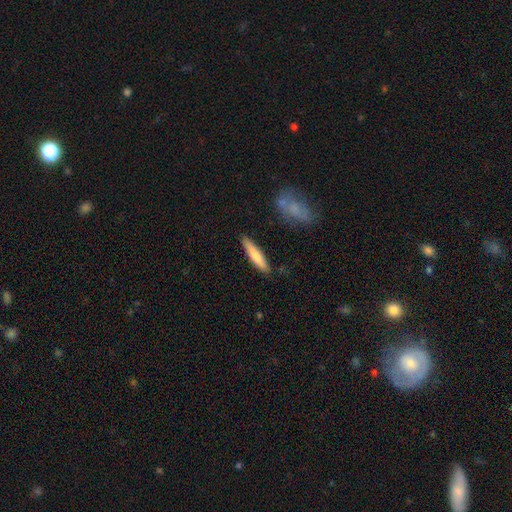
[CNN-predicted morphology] Smooth or featured: smooth — 76% (featured or disk — 19%)
How rounded: cigar-shaped — 86% (in between — 12%)
Merging: none — 85% (minor disturbance — 11%)